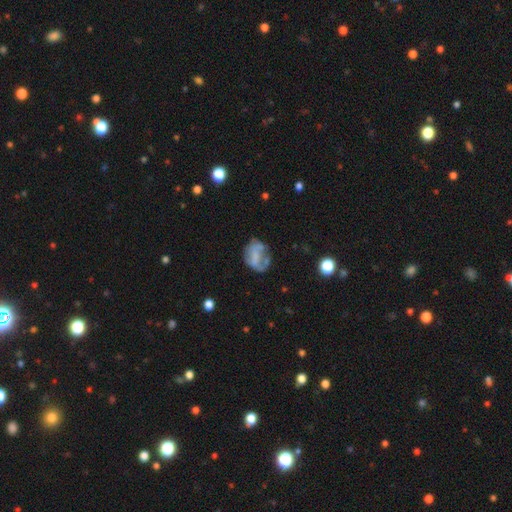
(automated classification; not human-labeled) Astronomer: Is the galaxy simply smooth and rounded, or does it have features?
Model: featured or disk — 46% (runner-up: smooth, 43%).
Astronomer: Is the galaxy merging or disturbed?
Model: none — 42% (runner-up: minor disturbance, 27%).